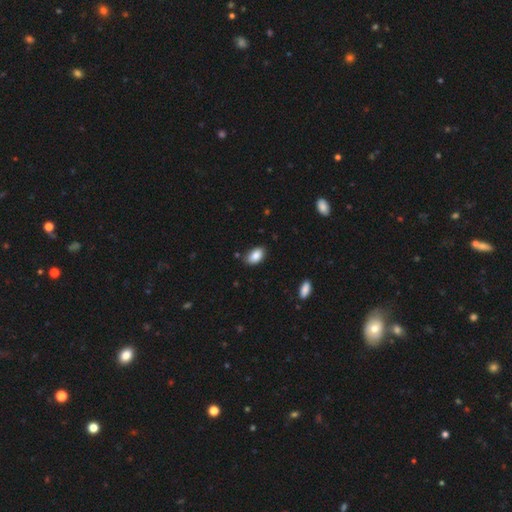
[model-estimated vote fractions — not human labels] This appears to be a smooth galaxy with no disk features (87%) that is in between round and cigar-shaped (92%). Merging: none (82%).